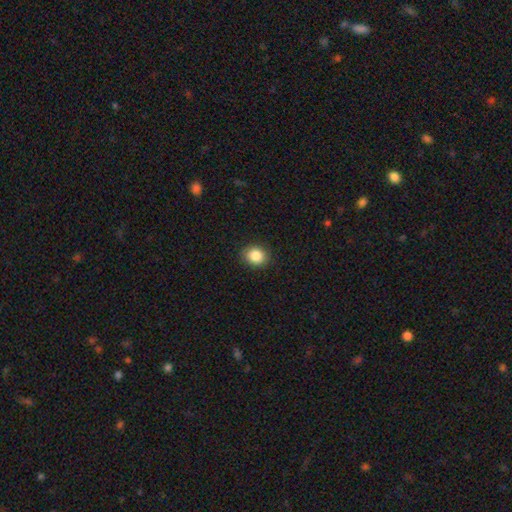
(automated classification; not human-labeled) Q: Smooth or featured?
A: smooth (87%); runner-up: star or artifact (9%)
Q: How rounded?
A: round (64%); runner-up: in between (35%)
Q: Merging?
A: none (90%); runner-up: minor disturbance (7%)